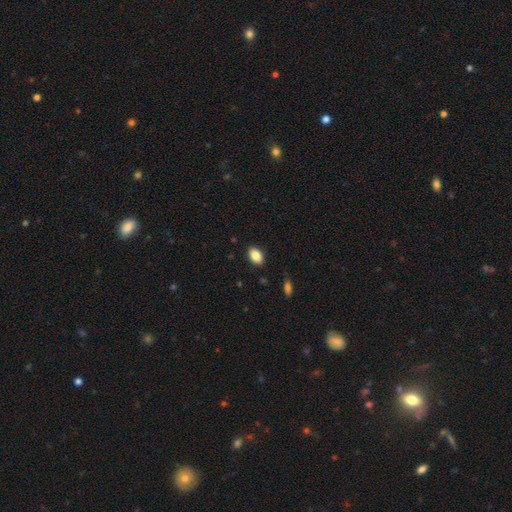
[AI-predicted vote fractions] smooth-or-featured: smooth: 86% | star or artifact: 8% | featured or disk: 6%
  how-rounded: in between: 89% | round: 10% | cigar-shaped: 2%
  merging: none: 87% | minor disturbance: 9% | major disturbance: 2% | merger: 1%